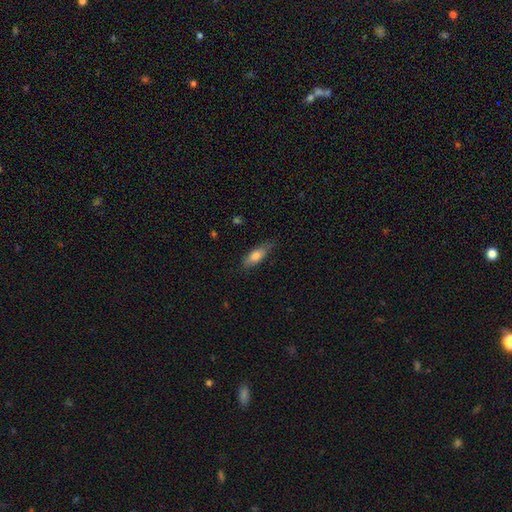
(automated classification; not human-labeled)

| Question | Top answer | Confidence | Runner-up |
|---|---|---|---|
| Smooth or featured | smooth | 76% | featured or disk (18%) |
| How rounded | in between | 72% | cigar-shaped (26%) |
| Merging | none | 69% | minor disturbance (25%) |